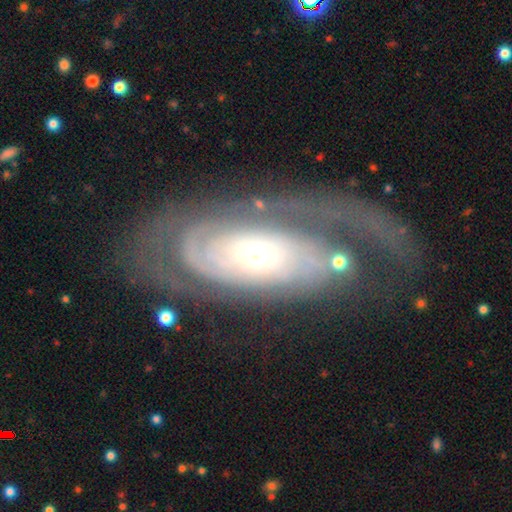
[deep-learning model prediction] smooth-or-featured: featured or disk: 84% | smooth: 10% | star or artifact: 5%
  disk-edge-on: no: 93% | yes: 7%
    bar: no: 74% | weak: 18% | strong: 8%
    has-spiral-arms: yes: 91% | no: 9%
      spiral-winding: tight: 66% | medium: 24% | loose: 11%
      spiral-arm-count: 2: 37% | can't tell: 33% | 1: 12% | 3: 9% | 4: 5% | more than 4: 4%
    bulge-size: small: 50% | moderate: 40% | large: 6% | dominant: 2% | none: 1%
  merging: none: 53% | major disturbance: 26% | minor disturbance: 18% | merger: 4%